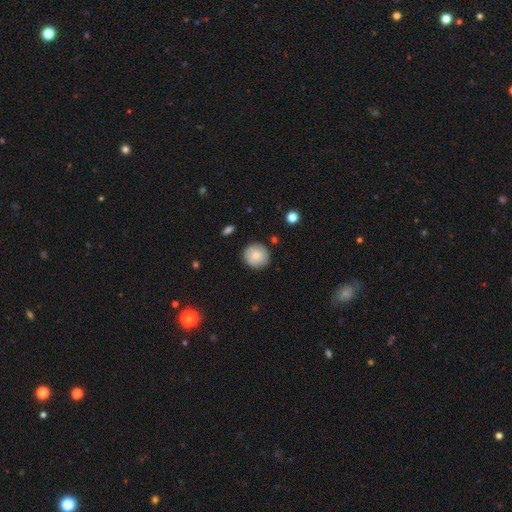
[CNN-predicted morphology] Smooth or featured?
  - smooth: 82% *
  - featured or disk: 11%
  - star or artifact: 7%
How rounded?
  - round: 93% *
  - in between: 6%
  - cigar-shaped: 1%
Merging?
  - none: 88% *
  - minor disturbance: 9%
  - major disturbance: 2%
  - merger: 1%